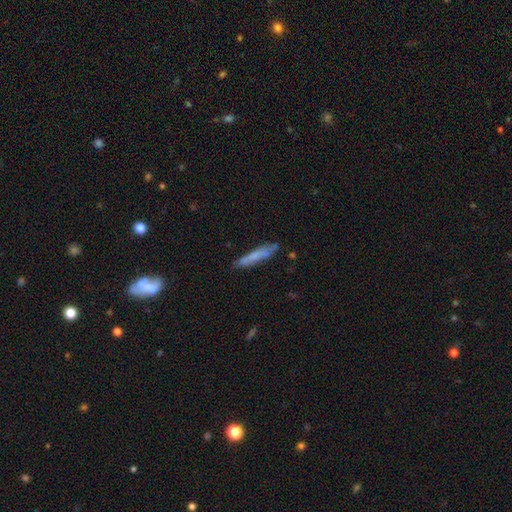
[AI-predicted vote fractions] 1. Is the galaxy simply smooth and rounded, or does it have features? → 63% smooth, 30% featured or disk, 7% star or artifact.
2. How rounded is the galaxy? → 92% cigar-shaped, 7% in between, 1% round.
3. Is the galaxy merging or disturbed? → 78% none, 16% minor disturbance, 3% major disturbance, 3% merger.